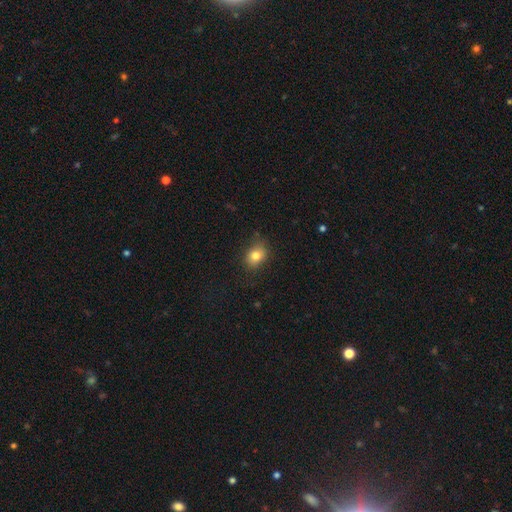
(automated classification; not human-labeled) The model was most divided on "how rounded": in between: 59%, round: 40%, cigar-shaped: 1%. More confident: smooth or featured — smooth (81%); merging — none (77%).